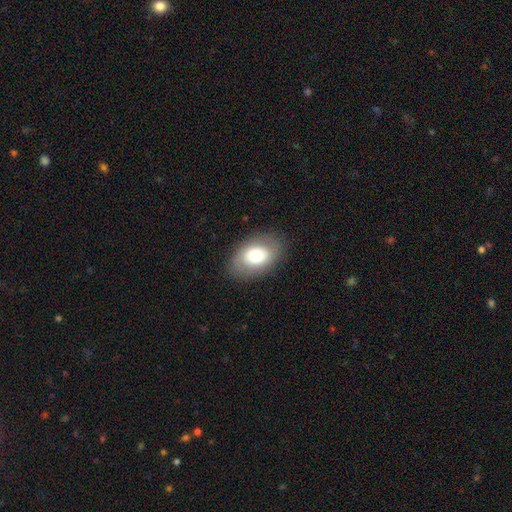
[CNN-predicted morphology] A smooth galaxy with no disk features (69%) that is in between round and cigar-shaped (86%).

Vote fractions:
- Smooth or featured? smooth: 69% / featured or disk: 23% / star or artifact: 7%
- How rounded? in between: 86% / round: 12% / cigar-shaped: 1%
- Merging? none: 83% / minor disturbance: 11% / major disturbance: 4% / merger: 1%